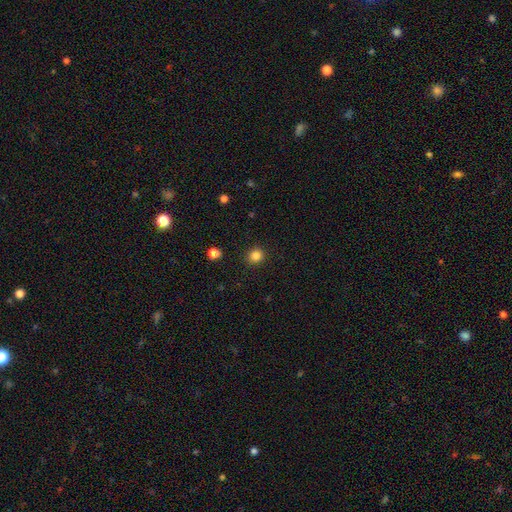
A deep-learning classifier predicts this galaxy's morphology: Smooth or featured? smooth (84%)
How rounded? round (85%)
Merging? none (90%)